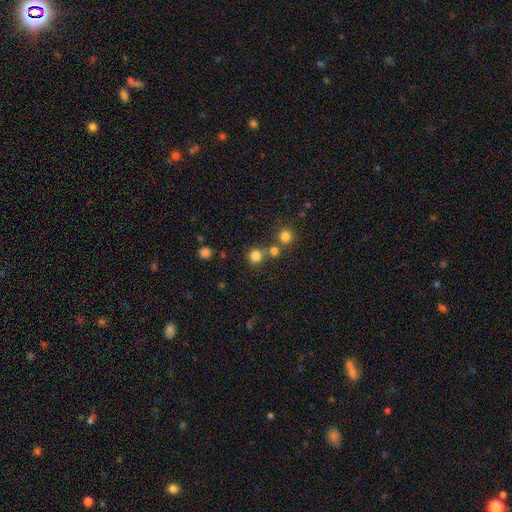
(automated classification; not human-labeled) Smooth or featured?
  - smooth: 80% *
  - star or artifact: 15%
  - featured or disk: 6%
How rounded?
  - round: 88% *
  - in between: 11%
  - cigar-shaped: 1%
Merging?
  - none: 67% *
  - merger: 21%
  - minor disturbance: 8%
  - major disturbance: 4%